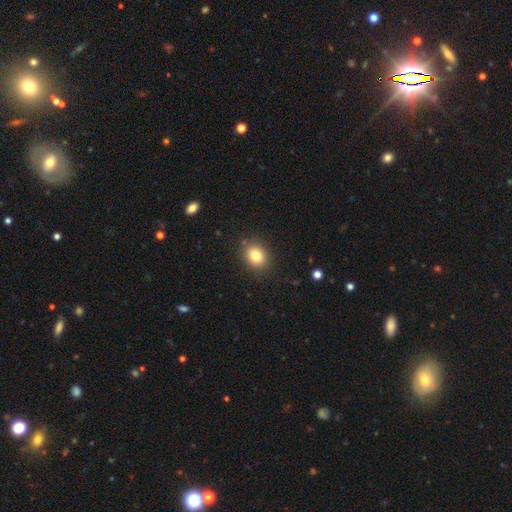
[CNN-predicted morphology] A smooth galaxy with no disk features (82%) that is round (58%).

Vote fractions:
- Smooth or featured? smooth: 82% / star or artifact: 10% / featured or disk: 7%
- How rounded? round: 58% / in between: 41% / cigar-shaped: 1%
- Merging? none: 86% / minor disturbance: 9% / major disturbance: 3% / merger: 2%